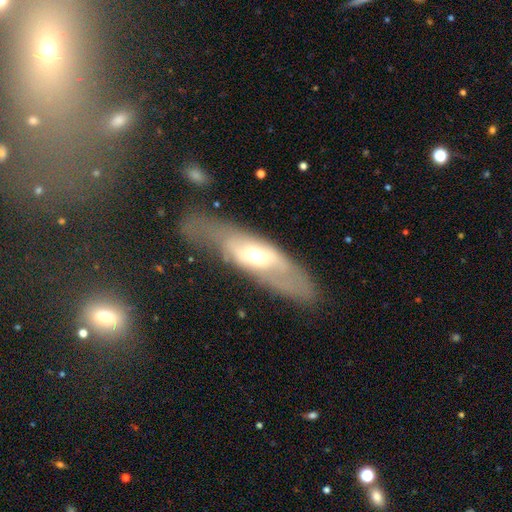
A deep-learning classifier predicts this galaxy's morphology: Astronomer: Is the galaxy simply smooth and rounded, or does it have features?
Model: featured or disk — 65%.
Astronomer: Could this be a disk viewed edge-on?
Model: no — 68%.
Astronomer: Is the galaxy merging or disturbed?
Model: none — 68%.